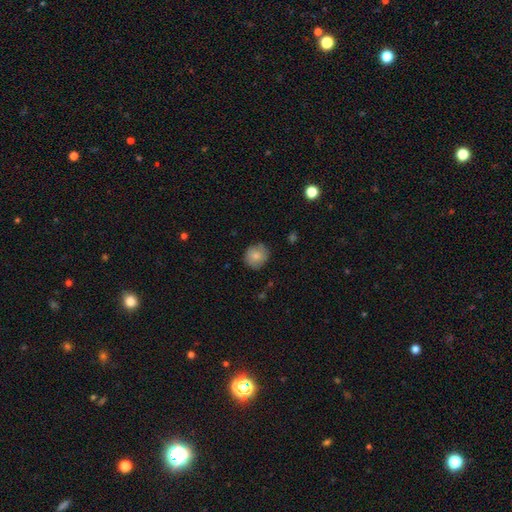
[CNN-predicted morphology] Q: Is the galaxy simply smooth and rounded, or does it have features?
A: smooth — 78%.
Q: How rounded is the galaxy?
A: round — 87%.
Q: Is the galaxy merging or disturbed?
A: none — 80%.